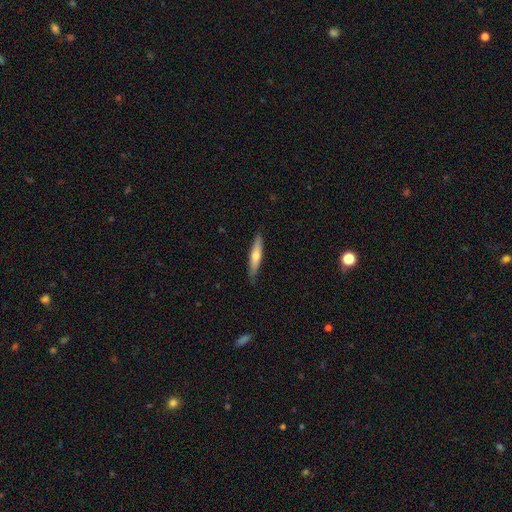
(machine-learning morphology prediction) This appears to be a smooth galaxy with no disk features (56%) that is cigar-shaped (87%). Merging: none (86%).